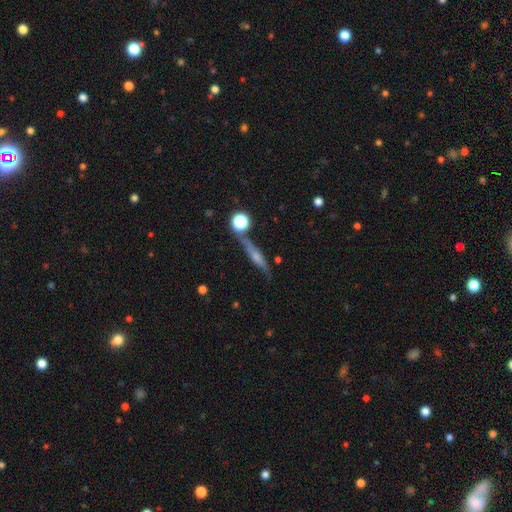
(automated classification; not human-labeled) Smooth or featured? featured or disk (56%)
Edge-on disk? yes (91%)
Edge-on bulge? rounded (62%)
Merging? none (69%)